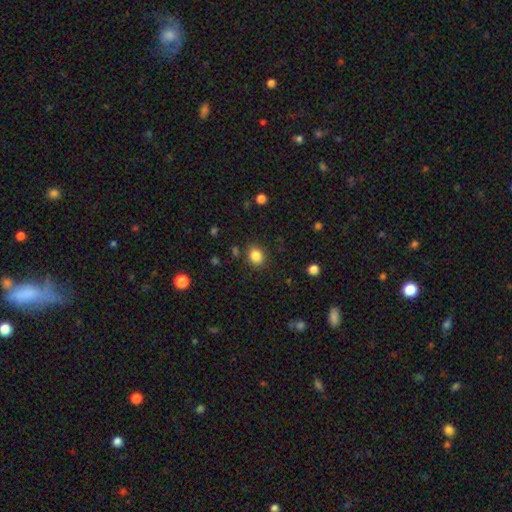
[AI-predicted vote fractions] A smooth galaxy with no disk features (84%) that is round (64%).

Vote fractions:
- Smooth or featured? smooth: 84% / star or artifact: 11% / featured or disk: 5%
- How rounded? round: 64% / in between: 35% / cigar-shaped: 1%
- Merging? none: 85% / minor disturbance: 9% / major disturbance: 3% / merger: 2%